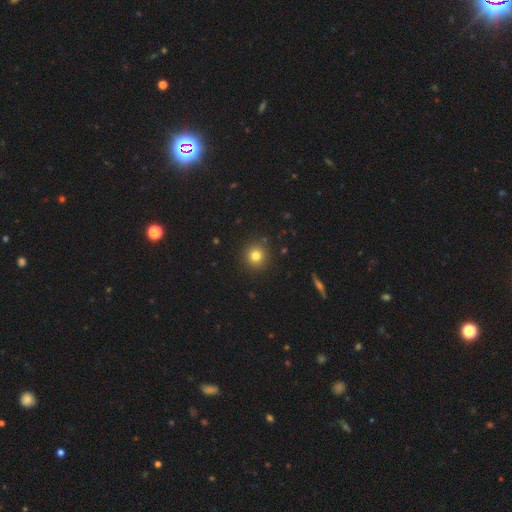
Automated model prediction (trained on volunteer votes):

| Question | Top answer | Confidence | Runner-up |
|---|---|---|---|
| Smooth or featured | smooth | 79% | star or artifact (13%) |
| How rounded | round | 94% | in between (5%) |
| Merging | none | 91% | minor disturbance (6%) |